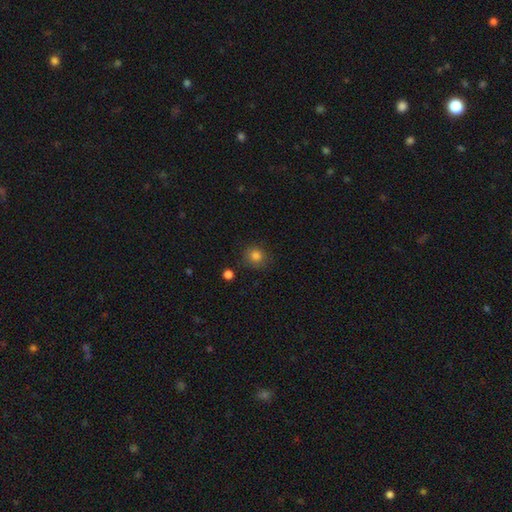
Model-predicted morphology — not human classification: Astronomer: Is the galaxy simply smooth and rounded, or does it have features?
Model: smooth — 83%.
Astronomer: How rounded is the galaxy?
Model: round — 87%.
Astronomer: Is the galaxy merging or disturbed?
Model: none — 83%.